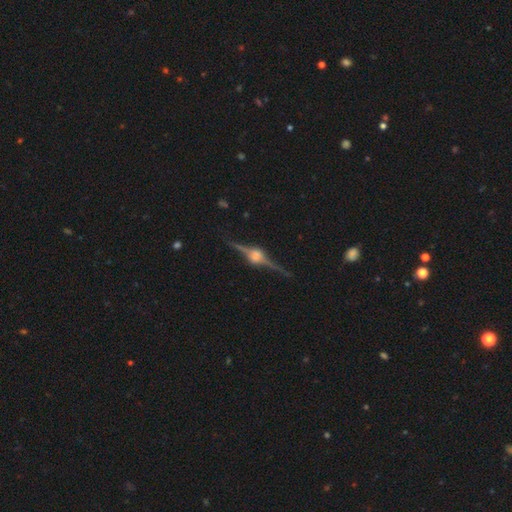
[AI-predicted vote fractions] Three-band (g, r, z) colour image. It shows a featured or disk galaxy (89%) viewed edge-on (98%) with a rounded central bulge (91%). Merging: none (88%).